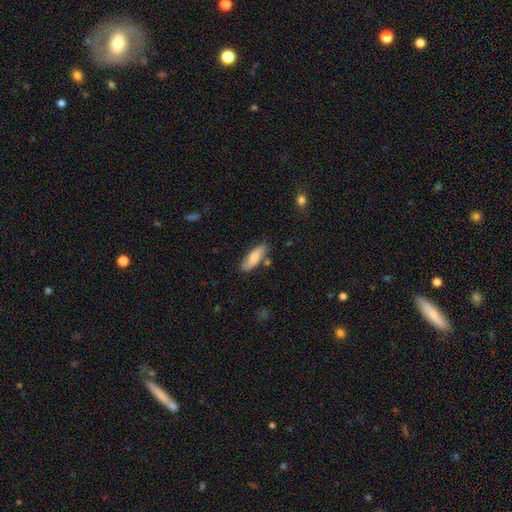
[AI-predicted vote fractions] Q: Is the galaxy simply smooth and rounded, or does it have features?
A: smooth — 64%.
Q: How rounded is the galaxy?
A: in between — 61%.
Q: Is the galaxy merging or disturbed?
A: none — 78%.